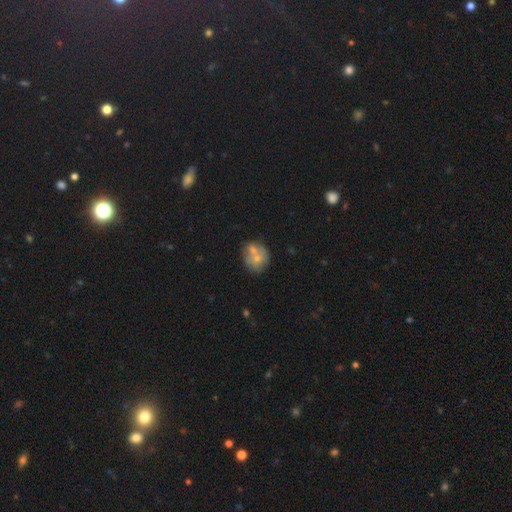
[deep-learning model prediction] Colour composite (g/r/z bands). It shows a smooth galaxy with no disk features (58%) that is round (72%). Merging: none (42%).